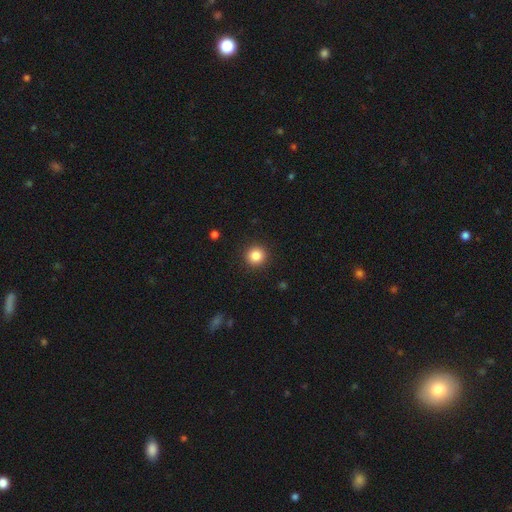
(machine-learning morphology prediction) smooth_or_featured: smooth (p=0.85) [alt: star or artifact p=0.11]
how_rounded: round (p=0.94) [alt: in between p=0.05]
merging: none (p=0.92) [alt: minor disturbance p=0.05]